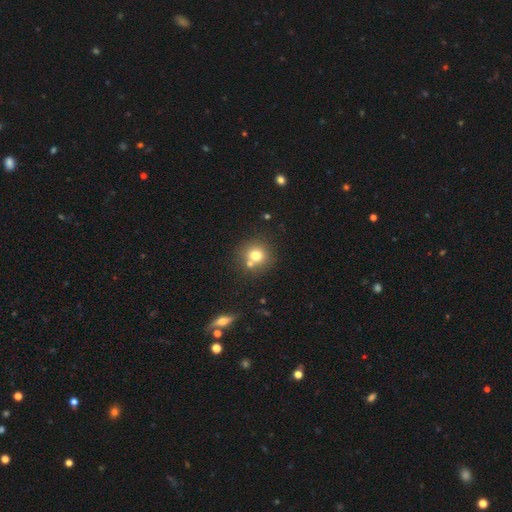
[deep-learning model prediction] Overall: smooth (73%). How rounded: round (89%). Merging: none (62%; merger 27%).